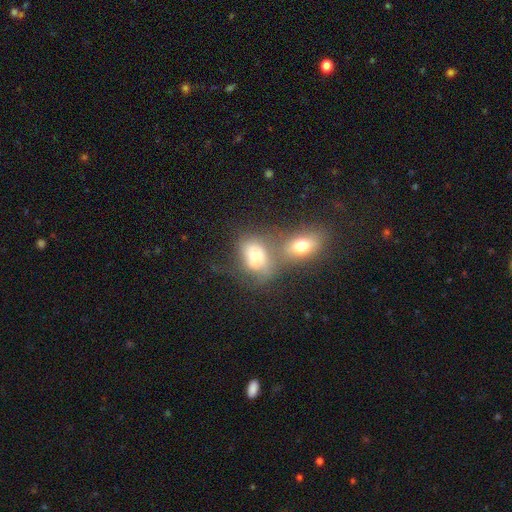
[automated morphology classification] Overall: smooth (65%). How rounded: in between (79%). Merging: merger (49%; none 23%).